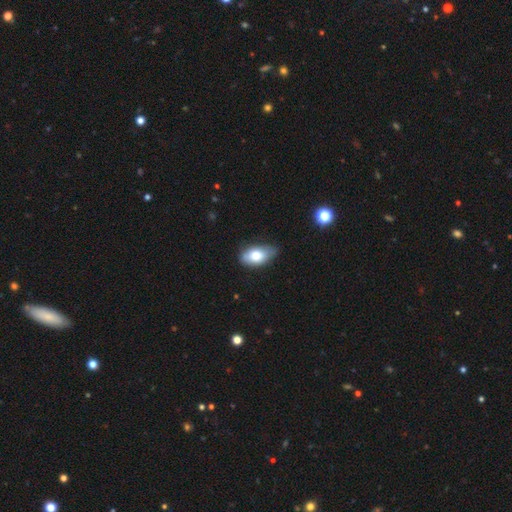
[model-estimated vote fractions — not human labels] This is likely a smooth galaxy (74%). How rounded: clearly in between (90%). Merging: likely none (63%).